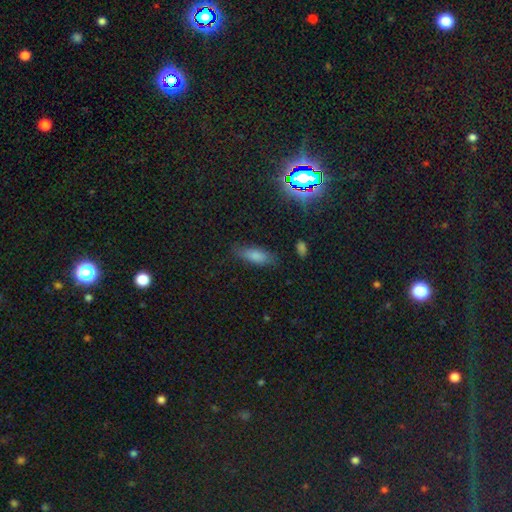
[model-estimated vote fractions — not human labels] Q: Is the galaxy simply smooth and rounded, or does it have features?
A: smooth — 78%.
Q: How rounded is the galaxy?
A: in between — 70%.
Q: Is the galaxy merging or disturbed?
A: none — 78%.